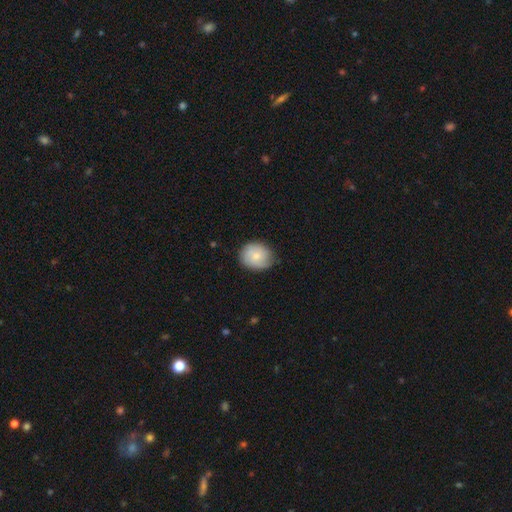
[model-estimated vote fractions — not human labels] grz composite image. It shows a smooth galaxy with no disk features (60%) that is round (65%). Merging: none (75%).